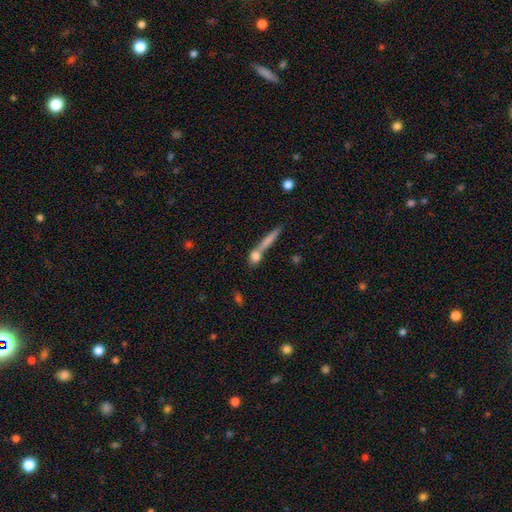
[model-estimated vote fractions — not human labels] Smooth or featured? Predicted: smooth (p=0.69). How rounded? Predicted: cigar-shaped (p=0.50). Merging? Predicted: none (p=0.51).